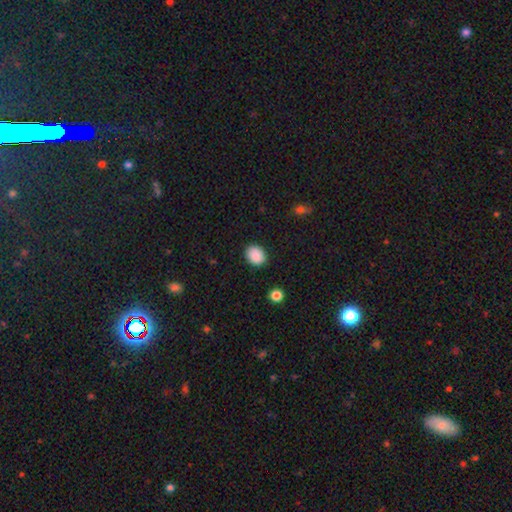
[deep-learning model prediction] A smooth galaxy with no disk features (89%) that is round (50%, tied with in between).

Vote fractions:
- Smooth or featured? smooth: 89% / star or artifact: 8% / featured or disk: 3%
- How rounded? round: 50% (tied) / in between: 50% (tied) / cigar-shaped: 1%
- Merging? none: 88% / minor disturbance: 9% / major disturbance: 2% / merger: 1%